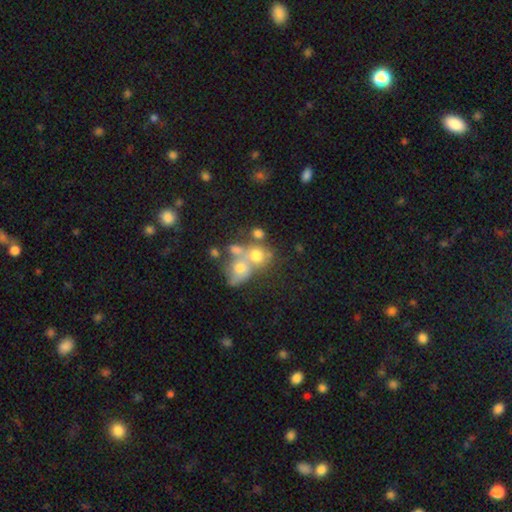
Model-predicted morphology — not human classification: smooth 56%, featured or disk 29%, star or artifact 15%. Down the decision tree: how rounded — round (62%); merging — merger (57%).